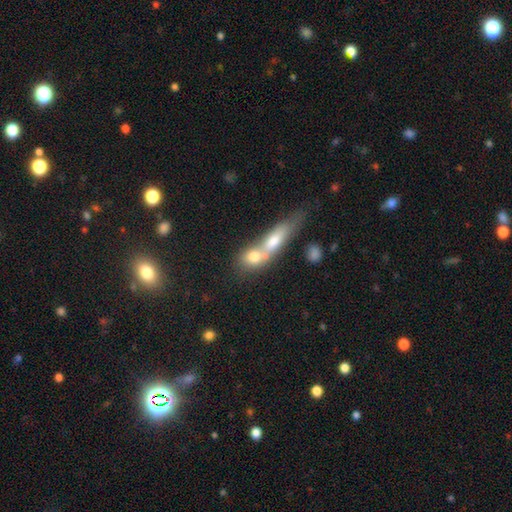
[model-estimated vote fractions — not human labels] Smooth or featured? Predicted: smooth (p=0.61). How rounded? Predicted: in between (p=0.40). Merging? Predicted: merger (p=0.66).